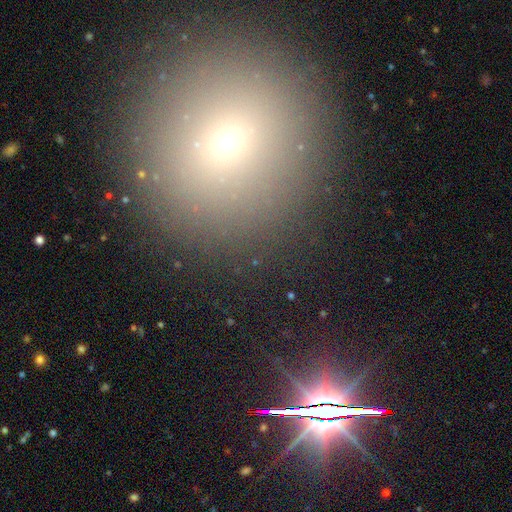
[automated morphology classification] This appears to be a smooth galaxy with no disk features (58%) that is round (90%). Merging: none (89%).